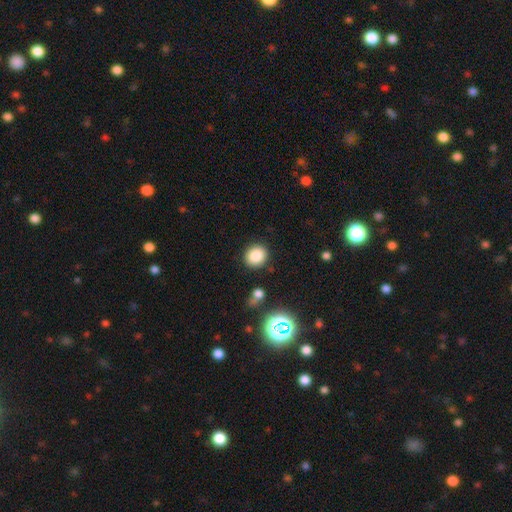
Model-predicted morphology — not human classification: A smooth galaxy with no disk features (84%) that is round (73%). Merging: none (87%).